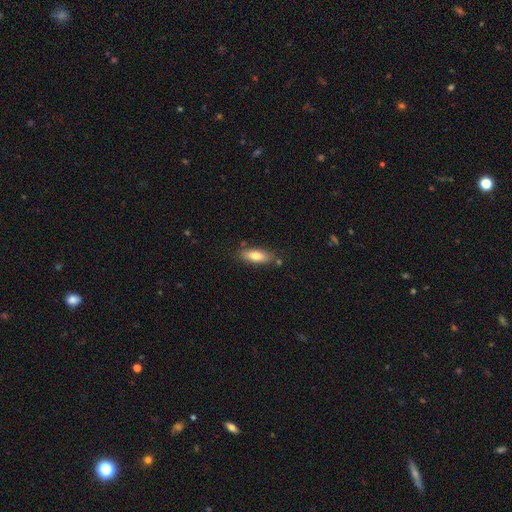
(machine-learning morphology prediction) smooth-or-featured: smooth: 78% | featured or disk: 16% | star or artifact: 7%
  how-rounded: in between: 68% | cigar-shaped: 30% | round: 2%
  merging: none: 78% | minor disturbance: 14% | merger: 5% | major disturbance: 3%